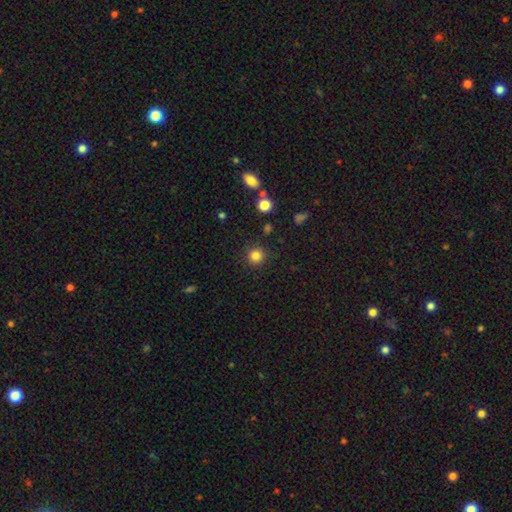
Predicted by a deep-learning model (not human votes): smooth 82%, star or artifact 12%, featured or disk 5%. Down the decision tree: how rounded — round (94%); merging — none (90%).